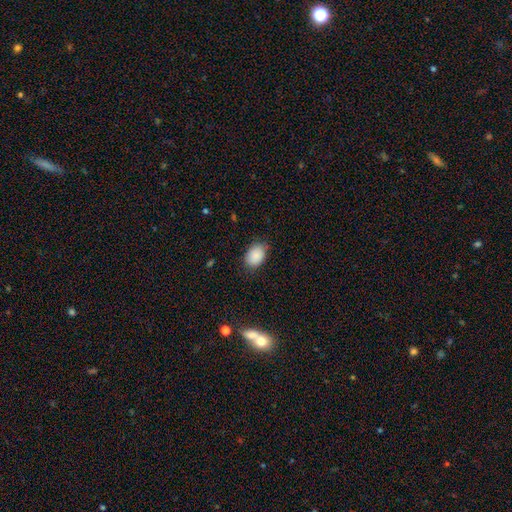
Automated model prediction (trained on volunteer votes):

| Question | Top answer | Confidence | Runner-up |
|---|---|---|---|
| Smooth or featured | smooth | 89% | star or artifact (8%) |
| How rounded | in between | 81% | round (18%) |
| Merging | none | 81% | minor disturbance (15%) |